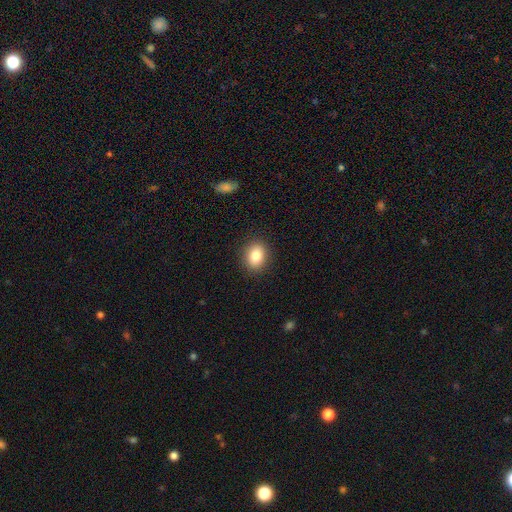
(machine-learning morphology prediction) smooth-or-featured: smooth: 84% | star or artifact: 9% | featured or disk: 7%
  how-rounded: in between: 57% | round: 41% | cigar-shaped: 1%
  merging: none: 89% | minor disturbance: 7% | major disturbance: 2% | merger: 1%